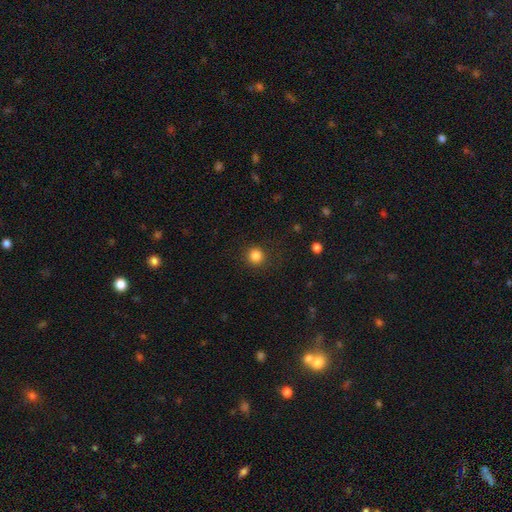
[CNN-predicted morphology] Smooth or featured: smooth — 85% (star or artifact — 12%)
How rounded: round — 93% (in between — 6%)
Merging: none — 89% (minor disturbance — 7%)